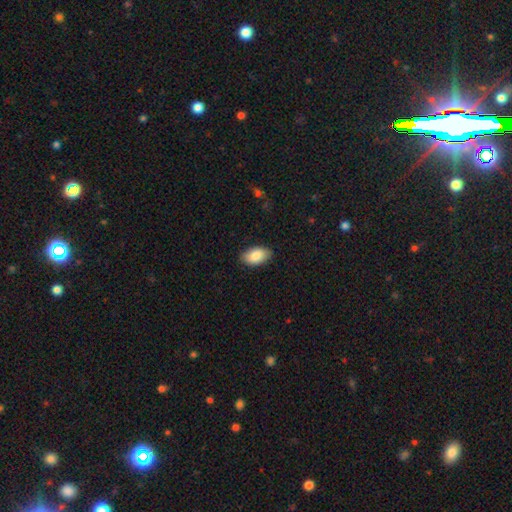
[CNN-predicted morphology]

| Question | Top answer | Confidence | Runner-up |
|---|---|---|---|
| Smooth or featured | smooth | 86% | featured or disk (8%) |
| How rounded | in between | 94% | round (4%) |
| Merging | none | 87% | minor disturbance (10%) |